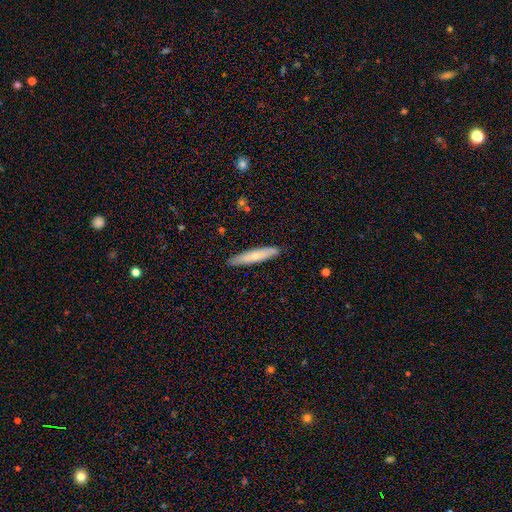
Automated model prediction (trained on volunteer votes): Morphology: type=smooth (60%); roundness=cigar-shaped (90%); merging=none (88%).